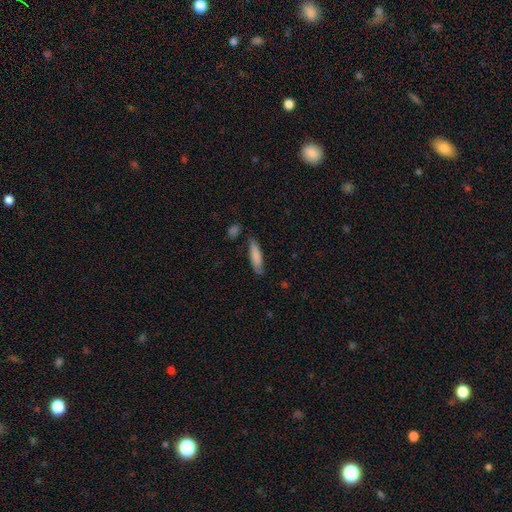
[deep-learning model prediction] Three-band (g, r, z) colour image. It shows a smooth galaxy with no disk features (82%) that is cigar-shaped (69%). Merging: none (78%).